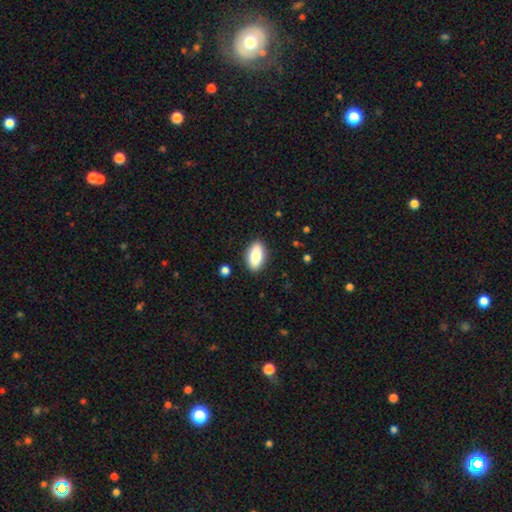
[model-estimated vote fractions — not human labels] Smooth or featured? Predicted: smooth (p=0.80). How rounded? Predicted: in between (p=0.89). Merging? Predicted: none (p=0.88).